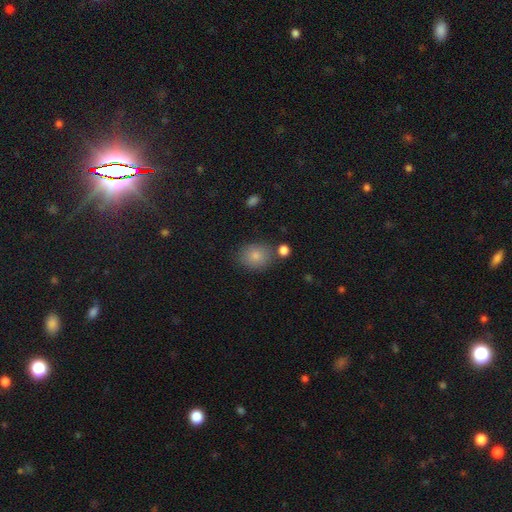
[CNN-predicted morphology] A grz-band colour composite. It shows a smooth galaxy with no disk features (84%) that is in between round and cigar-shaped (51%). Merging: none (75%).